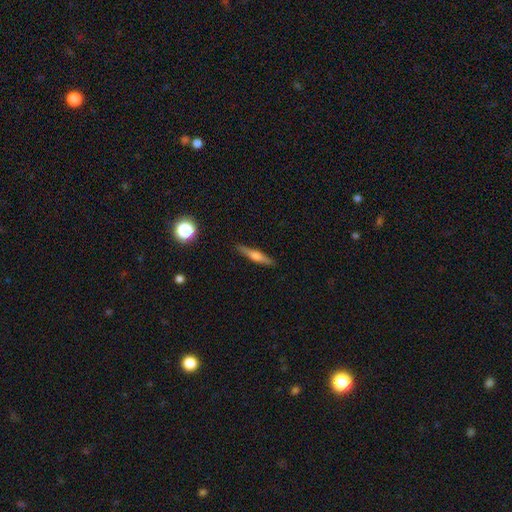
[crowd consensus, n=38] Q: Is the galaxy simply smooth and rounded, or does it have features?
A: featured or disk — 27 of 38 (71%).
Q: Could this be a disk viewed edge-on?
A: yes — 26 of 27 (96%).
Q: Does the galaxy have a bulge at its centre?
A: rounded — 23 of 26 (88%).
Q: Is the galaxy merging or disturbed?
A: none — 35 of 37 (95%).